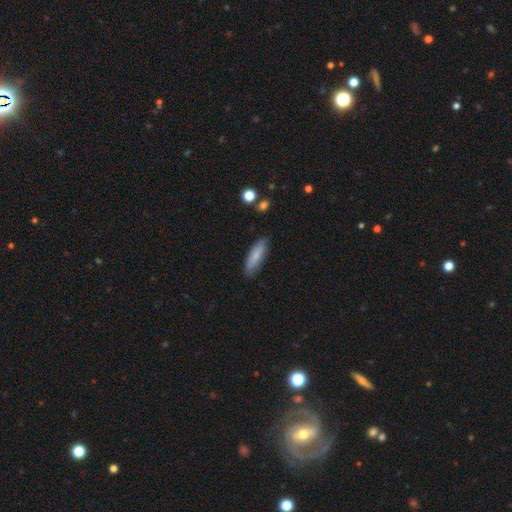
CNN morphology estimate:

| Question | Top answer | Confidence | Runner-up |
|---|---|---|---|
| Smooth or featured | smooth | 80% | featured or disk (14%) |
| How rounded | cigar-shaped | 58% | in between (41%) |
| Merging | none | 84% | minor disturbance (12%) |